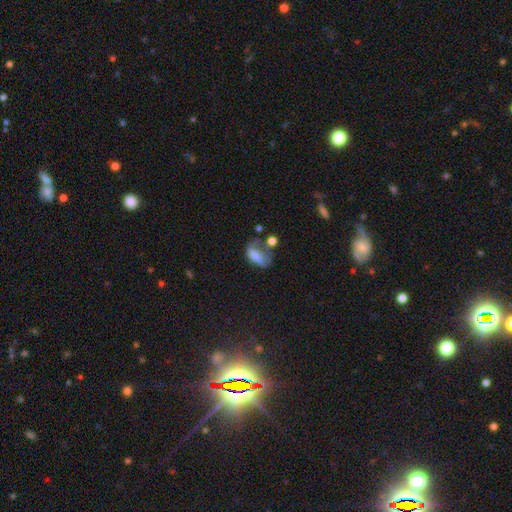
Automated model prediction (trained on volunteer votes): A smooth galaxy with no disk features (67%) that is in between round and cigar-shaped (86%).

Vote fractions:
- Smooth or featured? smooth: 67% / featured or disk: 21% / star or artifact: 12%
- How rounded? in between: 86% / round: 9% / cigar-shaped: 6%
- Merging? major disturbance: 34% / minor disturbance: 24% / none: 23% / merger: 18%